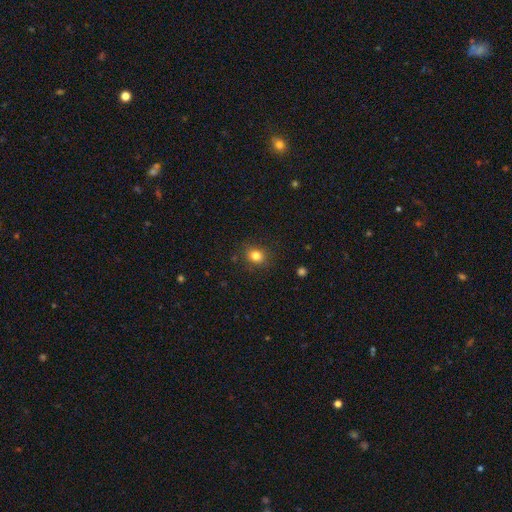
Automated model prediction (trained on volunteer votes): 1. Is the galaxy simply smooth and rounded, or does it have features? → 82% smooth, 12% star or artifact, 6% featured or disk.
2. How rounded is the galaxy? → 67% round, 32% in between, 1% cigar-shaped.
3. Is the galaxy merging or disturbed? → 87% none, 9% minor disturbance, 3% major disturbance, 1% merger.